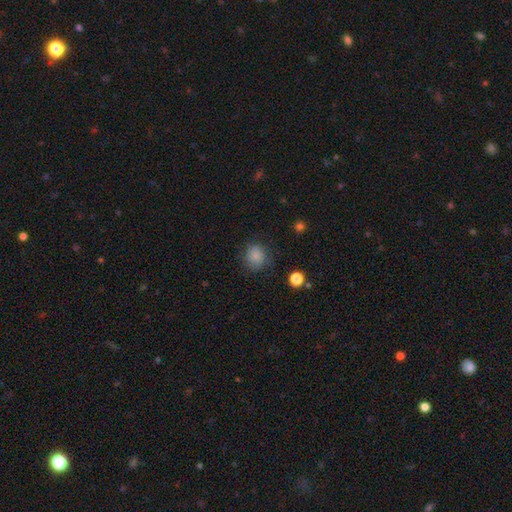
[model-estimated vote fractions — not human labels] smooth_or_featured: smooth (p=0.80) [alt: star or artifact p=0.11]
how_rounded: round (p=0.81) [alt: in between p=0.18]
merging: none (p=0.74) [alt: minor disturbance p=0.18]